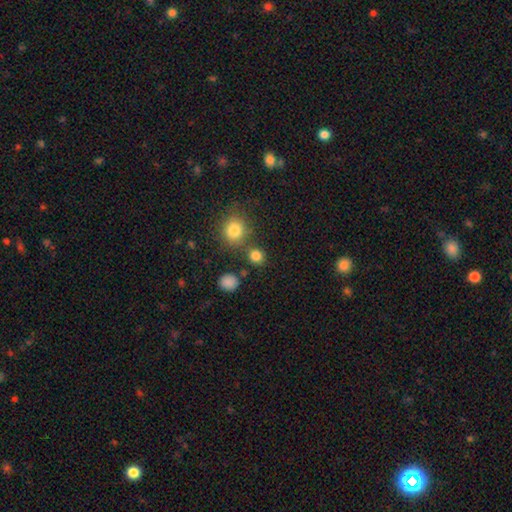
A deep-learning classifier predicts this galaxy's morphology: A smooth galaxy with no disk features (82%) that is round (85%).

Vote fractions:
- Smooth or featured? smooth: 82% / star or artifact: 14% / featured or disk: 4%
- How rounded? round: 85% / in between: 14% / cigar-shaped: 1%
- Merging? none: 75% / merger: 13% / minor disturbance: 8% / major disturbance: 4%